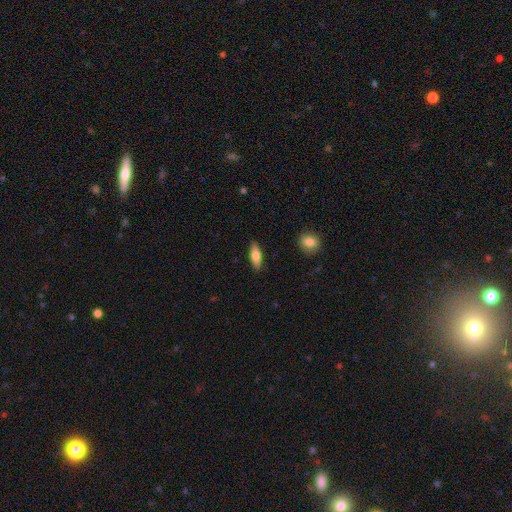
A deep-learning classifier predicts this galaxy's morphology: This appears to be a smooth galaxy with no disk features (68%) that is in between round and cigar-shaped (56%). Merging: none (89%).